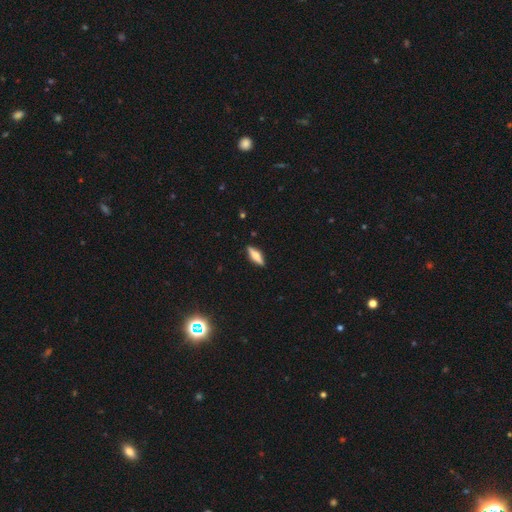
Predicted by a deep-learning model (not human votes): A smooth galaxy with no disk features (53%) that is cigar-shaped (57%). Merging: none (89%).